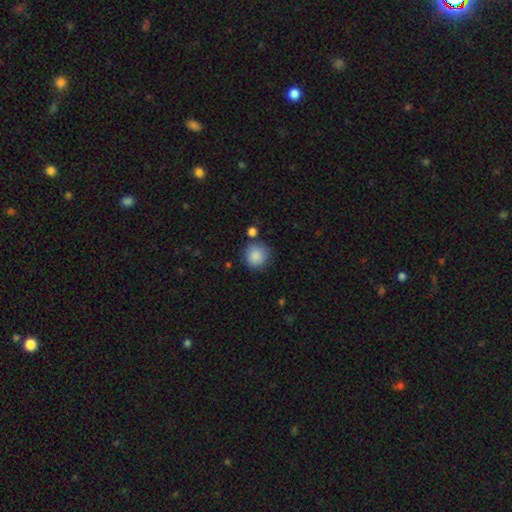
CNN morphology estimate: Q: Smooth or featured?
A: smooth (88%); runner-up: star or artifact (8%)
Q: How rounded?
A: round (92%); runner-up: in between (7%)
Q: Merging?
A: none (78%); runner-up: minor disturbance (12%)